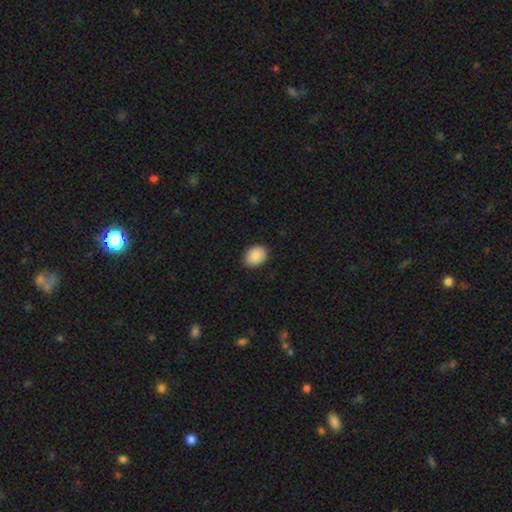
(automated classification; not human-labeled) This appears to be a smooth galaxy with no disk features (89%) that is in between round and cigar-shaped (66%). Merging: none (87%).